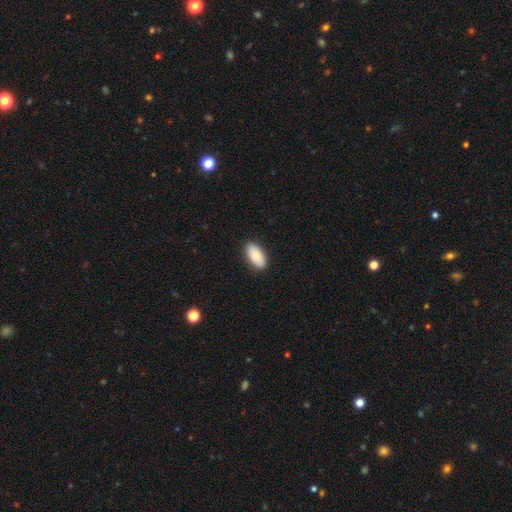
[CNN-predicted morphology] Q: Smooth or featured?
A: smooth (87%); runner-up: featured or disk (7%)
Q: How rounded?
A: in between (93%); runner-up: cigar-shaped (5%)
Q: Merging?
A: none (89%); runner-up: minor disturbance (8%)